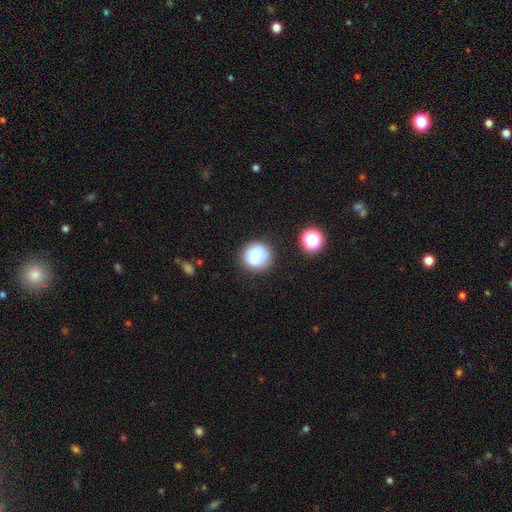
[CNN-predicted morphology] Overall: smooth (82%). How rounded: round (91%). Merging: none (79%).